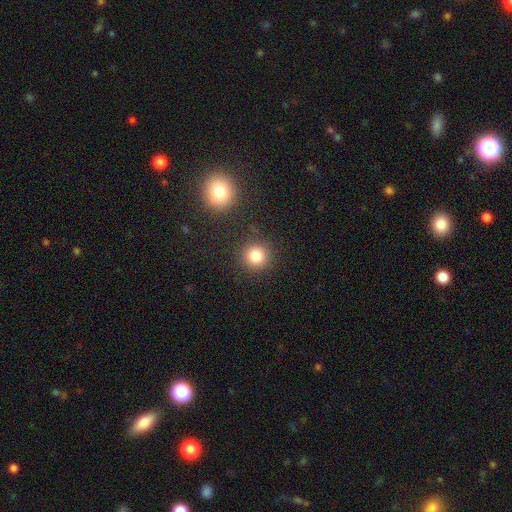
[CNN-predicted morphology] Smooth or featured? Predicted: smooth (p=0.82). How rounded? Predicted: round (p=0.93). Merging? Predicted: none (p=0.86).